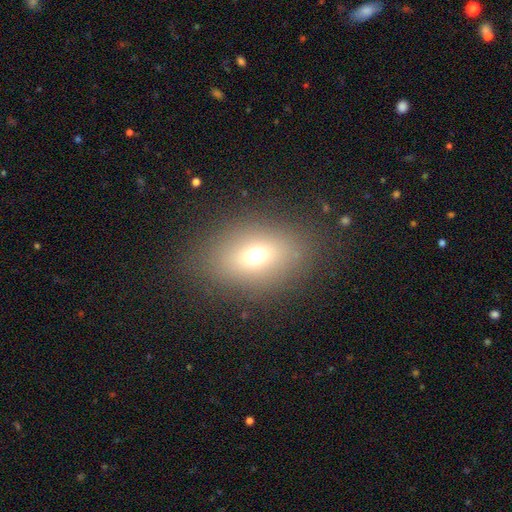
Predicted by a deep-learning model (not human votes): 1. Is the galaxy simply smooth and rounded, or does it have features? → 65% smooth, 19% star or artifact, 16% featured or disk.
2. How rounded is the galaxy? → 68% in between, 30% round, 2% cigar-shaped.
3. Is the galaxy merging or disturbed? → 82% none, 9% minor disturbance, 7% major disturbance, 1% merger.